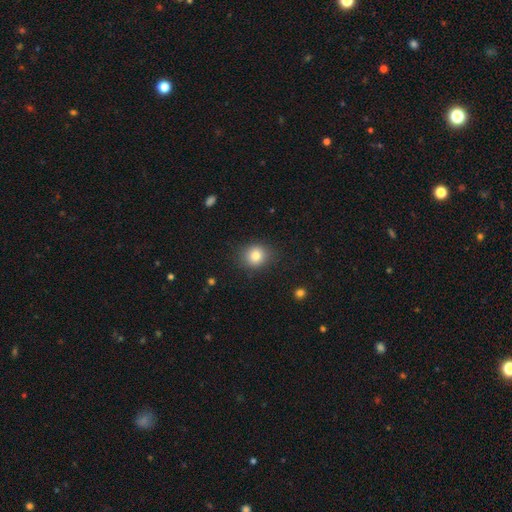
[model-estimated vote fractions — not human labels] smooth_or_featured: smooth (p=0.81) [alt: star or artifact p=0.11]
how_rounded: round (p=0.77) [alt: in between p=0.22]
merging: none (p=0.86) [alt: minor disturbance p=0.10]